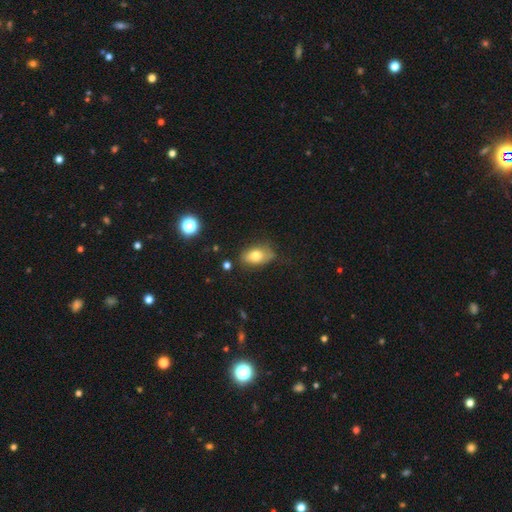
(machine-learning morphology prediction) The model was most divided on "merging": none: 68%, minor disturbance: 24%, major disturbance: 5%, merger: 2%. More confident: how rounded — in between (88%); smooth or featured — smooth (75%).